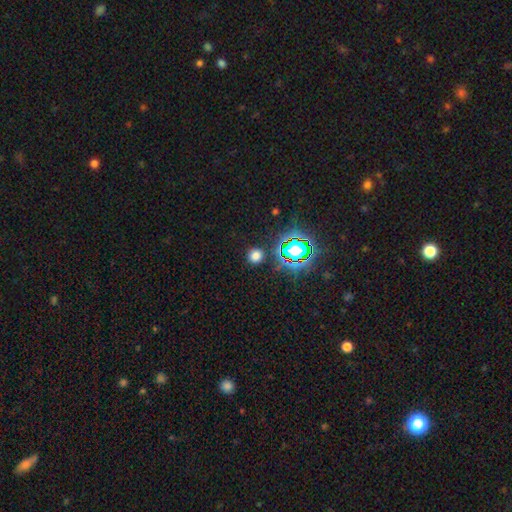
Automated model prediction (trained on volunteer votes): Morphology: type=smooth (69%); roundness=round (90%); merging=none (88%).